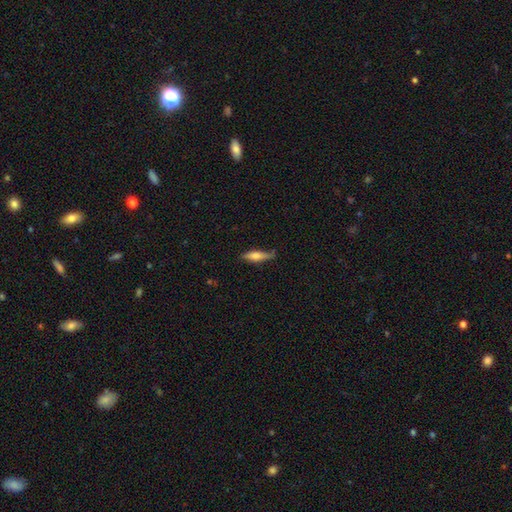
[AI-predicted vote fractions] The model was most divided on "how rounded": cigar-shaped: 65%, in between: 32%, round: 2%. More confident: smooth or featured — smooth (63%); merging — none (63%).